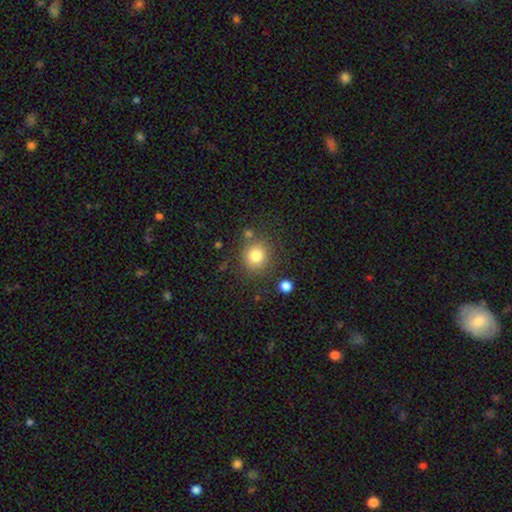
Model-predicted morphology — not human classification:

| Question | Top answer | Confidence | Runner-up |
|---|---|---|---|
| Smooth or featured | smooth | 81% | star or artifact (11%) |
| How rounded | round | 88% | in between (12%) |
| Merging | none | 78% | minor disturbance (11%) |